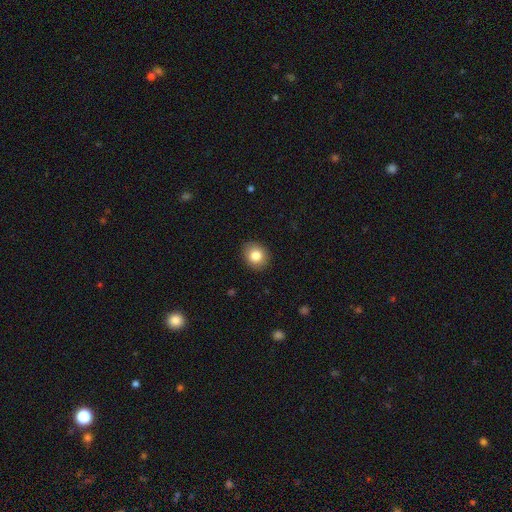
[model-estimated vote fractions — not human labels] A smooth galaxy with no disk features (83%) that is round (69%). Merging: none (90%).